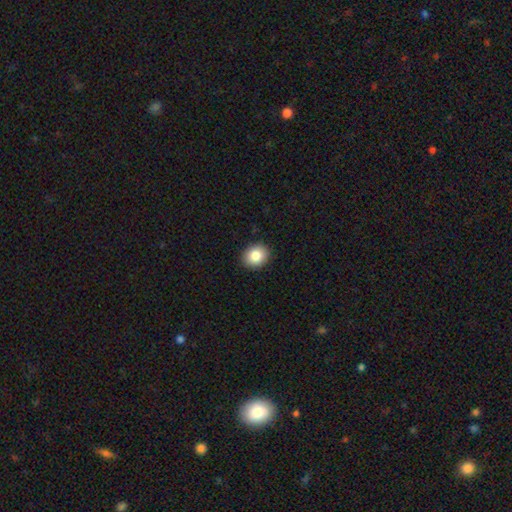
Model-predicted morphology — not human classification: smooth 85%, star or artifact 9%, featured or disk 6%. Down the decision tree: how rounded — round (63%); merging — none (91%).